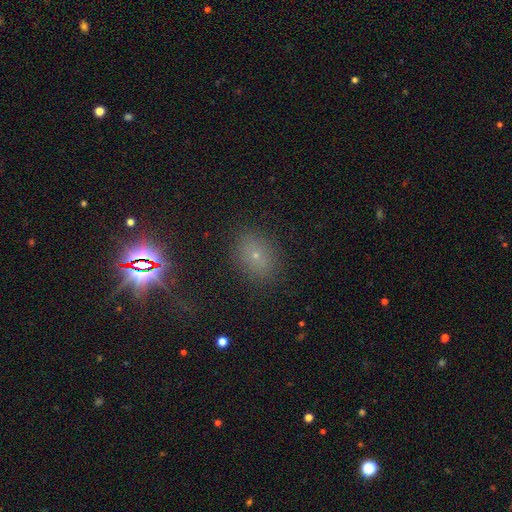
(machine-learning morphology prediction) Overall: smooth (58%; star or artifact 28%). How rounded: in between (62%; round 37%). Merging: none (84%).